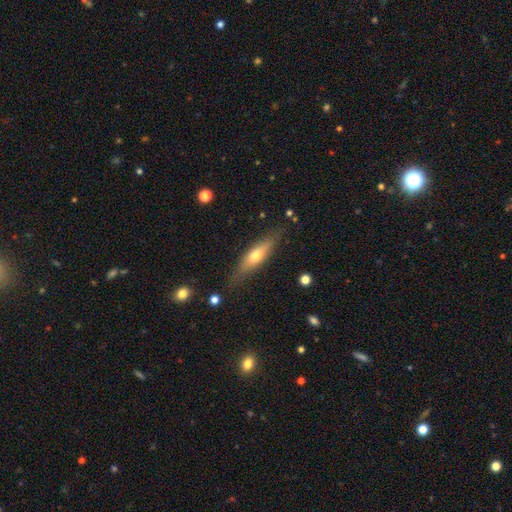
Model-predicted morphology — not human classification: Q: Smooth or featured?
A: smooth (51%); runner-up: featured or disk (42%)
Q: How rounded?
A: cigar-shaped (67%); runner-up: in between (30%)
Q: Merging?
A: none (81%); runner-up: minor disturbance (14%)